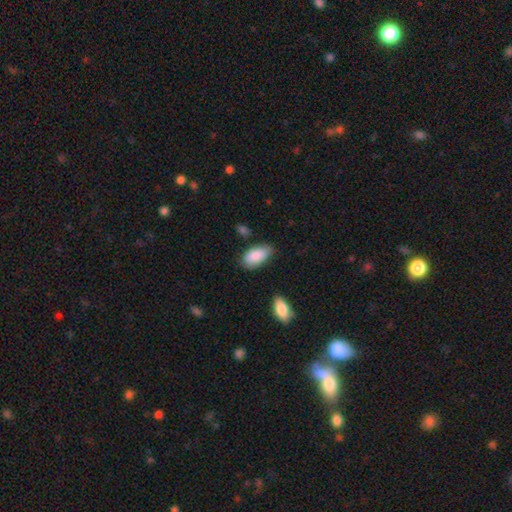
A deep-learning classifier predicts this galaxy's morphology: Smooth or featured? Predicted: smooth (p=0.86). How rounded? Predicted: in between (p=0.95). Merging? Predicted: none (p=0.69).